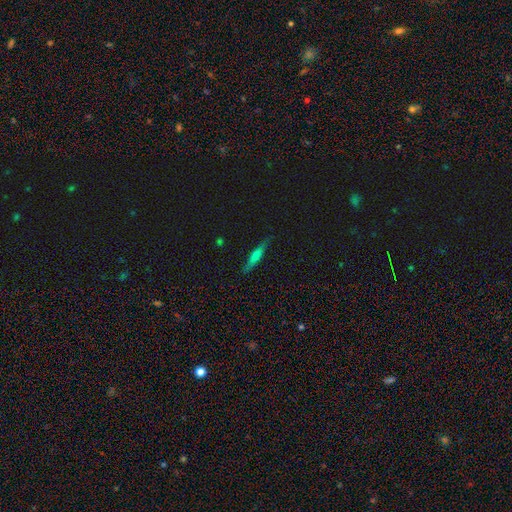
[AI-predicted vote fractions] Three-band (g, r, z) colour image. It shows a smooth galaxy with no disk features (53%) that is cigar-shaped (89%). Merging: none (83%).